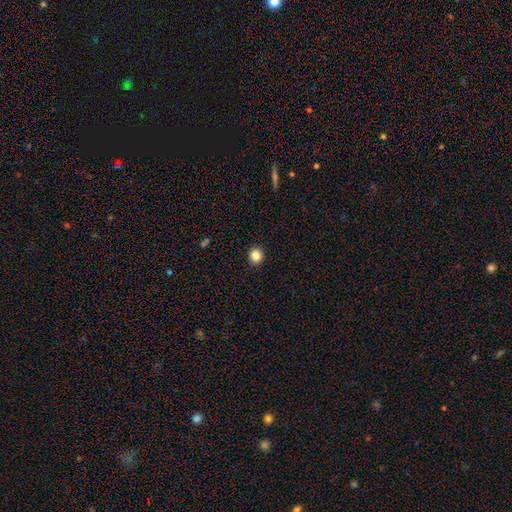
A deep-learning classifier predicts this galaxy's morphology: Q: Smooth or featured?
A: smooth (85%); runner-up: star or artifact (11%)
Q: How rounded?
A: round (82%); runner-up: in between (17%)
Q: Merging?
A: none (92%); runner-up: minor disturbance (5%)